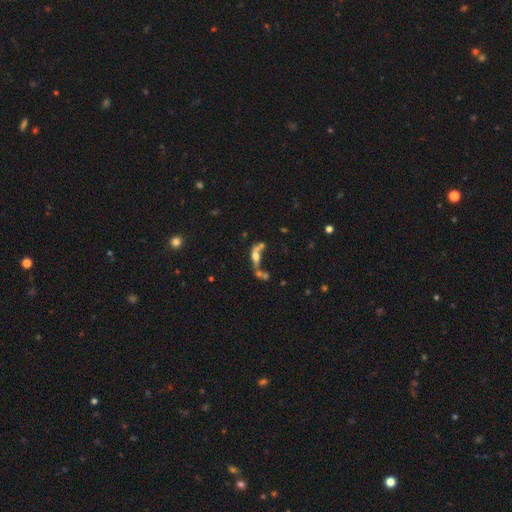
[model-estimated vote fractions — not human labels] Smooth or featured?
  - smooth: 44% *
  - featured or disk: 41%
  - star or artifact: 16%
Merging?
  - merger: 48% *
  - none: 21%
  - major disturbance: 20%
  - minor disturbance: 11%